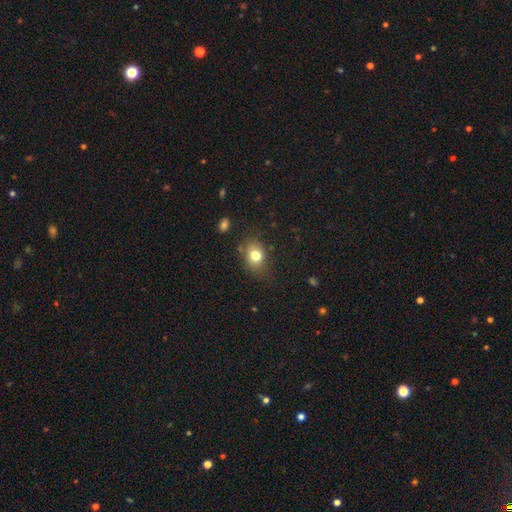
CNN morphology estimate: A smooth galaxy with no disk features (78%) that is in between round and cigar-shaped (58%).

Vote fractions:
- Smooth or featured? smooth: 78% / featured or disk: 11% / star or artifact: 11%
- How rounded? in between: 58% / round: 40% / cigar-shaped: 1%
- Merging? none: 67% / minor disturbance: 23% / major disturbance: 7% / merger: 3%